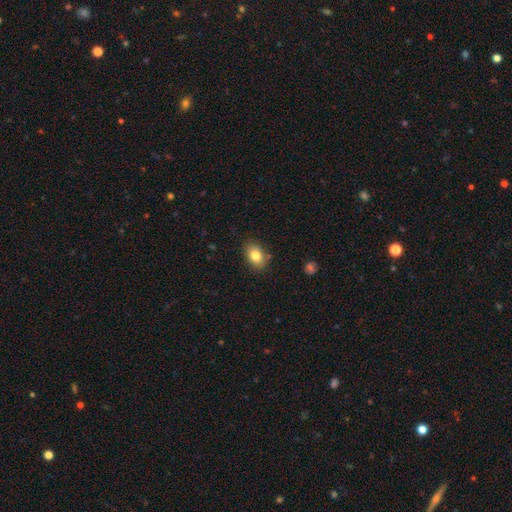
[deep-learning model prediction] Smooth or featured? Predicted: smooth (p=0.82). How rounded? Predicted: in between (p=0.82). Merging? Predicted: none (p=0.84).